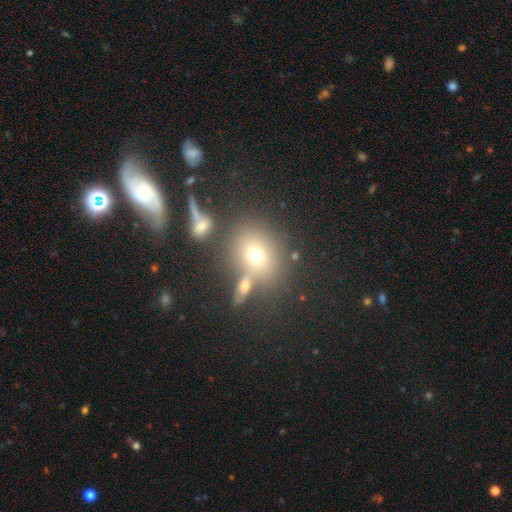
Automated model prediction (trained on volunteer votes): The model was most divided on "how rounded": round: 67%, in between: 31%, cigar-shaped: 2%. More confident: merging — none (64%); smooth or featured — smooth (64%).